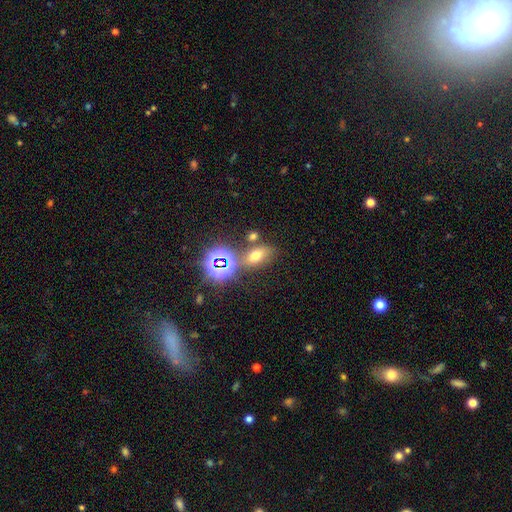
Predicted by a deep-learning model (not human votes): A smooth galaxy with no disk features (58%) that is in between round and cigar-shaped (77%). Merging: none (67%).